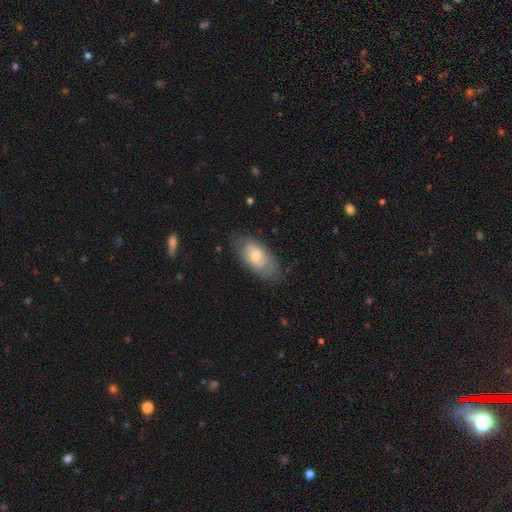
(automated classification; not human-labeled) Q: Smooth or featured?
A: smooth (53%); runner-up: featured or disk (41%)
Q: How rounded?
A: in between (91%); runner-up: round (5%)
Q: Merging?
A: none (66%); runner-up: minor disturbance (24%)